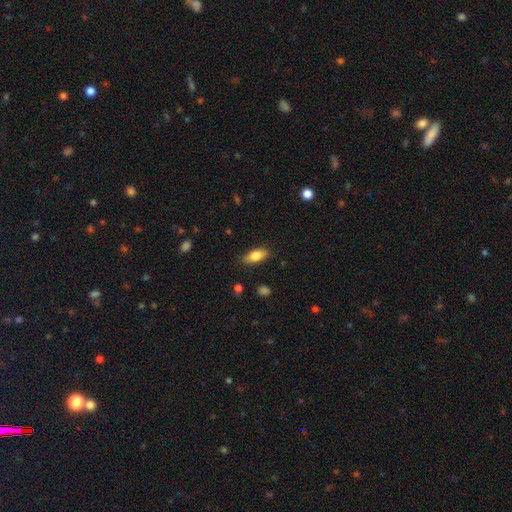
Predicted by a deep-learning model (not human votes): This is clearly a smooth galaxy (81%). How rounded: clearly in between (84%). Merging: clearly none (83%).